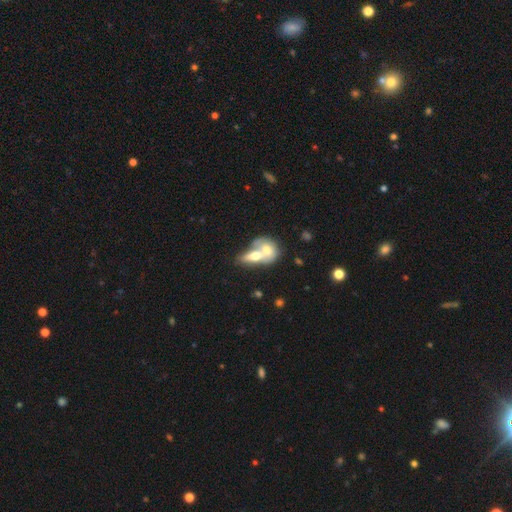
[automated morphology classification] Q: Smooth or featured?
A: smooth (59%); runner-up: featured or disk (34%)
Q: How rounded?
A: in between (72%); runner-up: round (18%)
Q: Merging?
A: merger (77%); runner-up: none (14%)